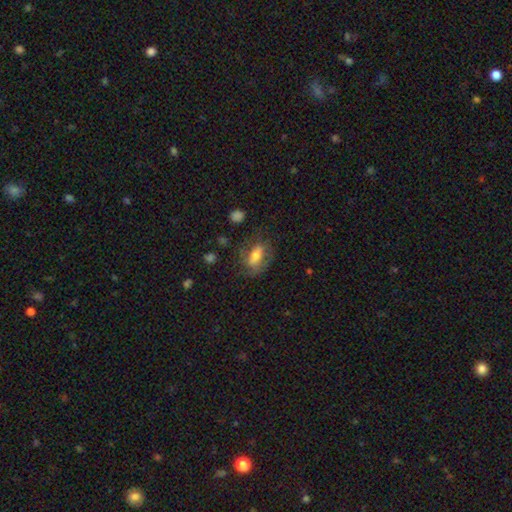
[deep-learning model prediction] Smooth or featured: smooth — 54% (featured or disk — 37%)
How rounded: in between — 79% (round — 12%)
Merging: none — 59% (minor disturbance — 22%)